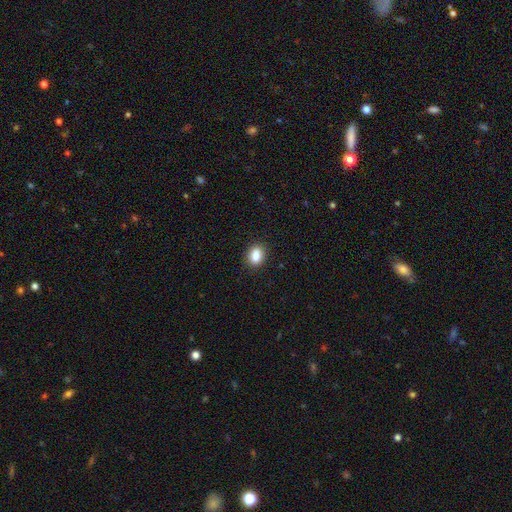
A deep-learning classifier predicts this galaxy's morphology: Smooth or featured? smooth (86%)
How rounded? in between (68%)
Merging? none (89%)